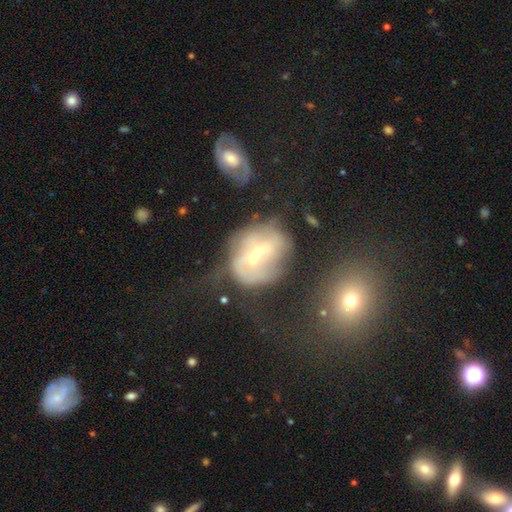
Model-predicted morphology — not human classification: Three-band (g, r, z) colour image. It shows a featured or disk galaxy (57%) with no bar (68%), no spiral arms (64%) and a small central bulge (48%). Merging: merger (46%).